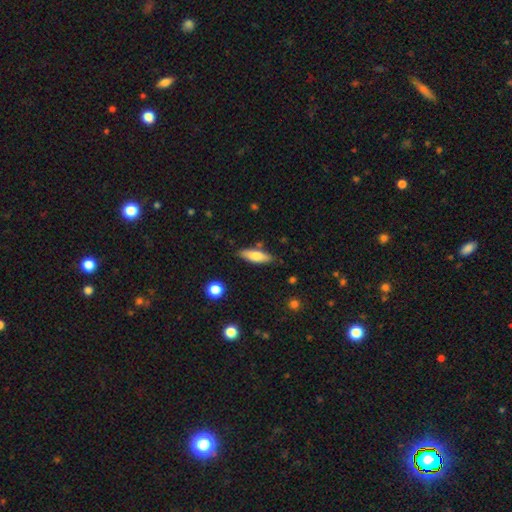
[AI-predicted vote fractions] Smooth or featured? Predicted: smooth (p=0.72). How rounded? Predicted: in between (p=0.52). Merging? Predicted: none (p=0.81).